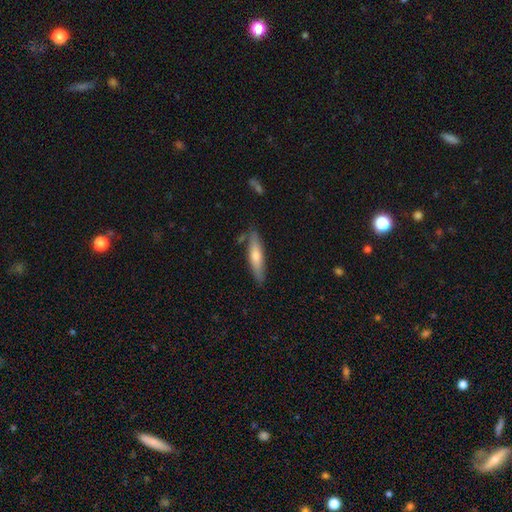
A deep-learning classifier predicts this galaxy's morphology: Smooth or featured: smooth — 53% (featured or disk — 41%)
How rounded: cigar-shaped — 85% (in between — 14%)
Merging: none — 83% (minor disturbance — 12%)